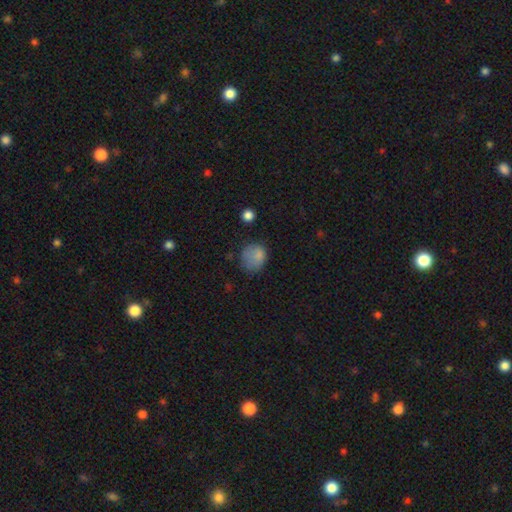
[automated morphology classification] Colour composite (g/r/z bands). It shows a smooth galaxy with no disk features (79%) that is round (64%). Merging: none (51%).